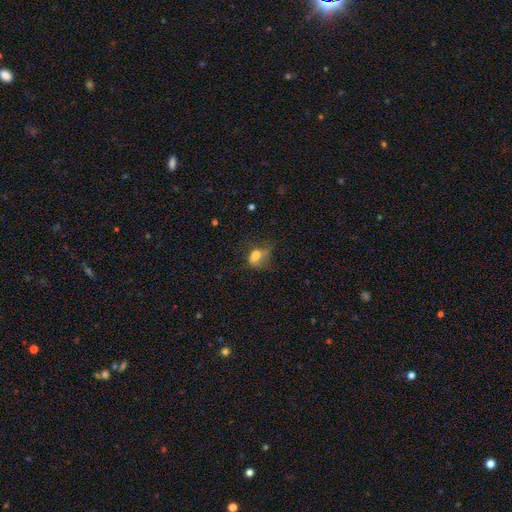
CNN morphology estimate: Smooth or featured? Predicted: smooth (p=0.73). How rounded? Predicted: in between (p=0.68). Merging? Predicted: none (p=0.37).